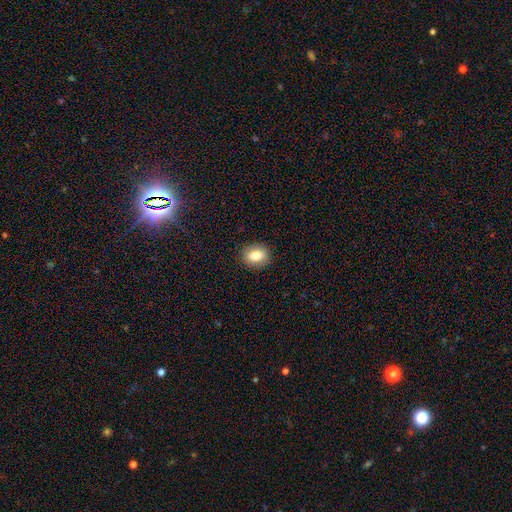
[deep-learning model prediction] A smooth galaxy with no disk features (82%) that is in between round and cigar-shaped (60%). Merging: none (88%).